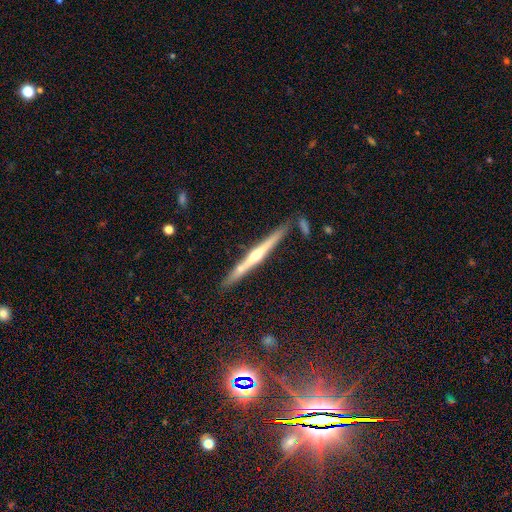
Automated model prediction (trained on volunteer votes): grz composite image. It shows a featured or disk galaxy (75%) viewed edge-on (98%) with a rounded central bulge (79%). Merging: none (85%).